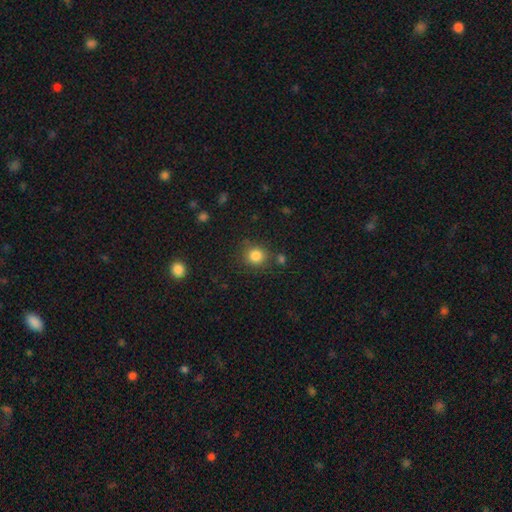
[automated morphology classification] Smooth or featured: smooth — 84% (star or artifact — 11%)
How rounded: round — 85% (in between — 14%)
Merging: none — 79% (minor disturbance — 11%)